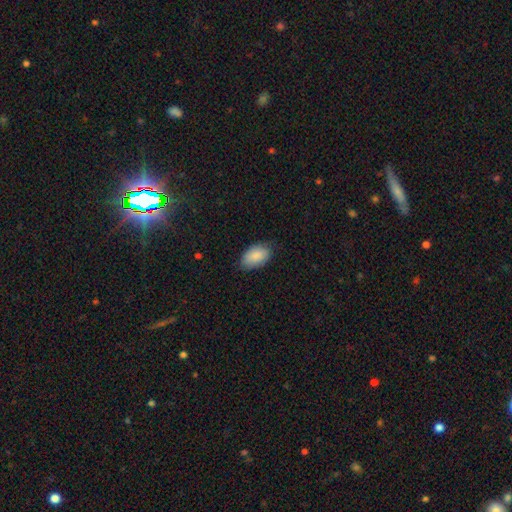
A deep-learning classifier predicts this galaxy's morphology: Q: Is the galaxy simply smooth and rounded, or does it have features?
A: smooth — 88%.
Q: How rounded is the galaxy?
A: in between — 94%.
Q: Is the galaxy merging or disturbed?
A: none — 79%.